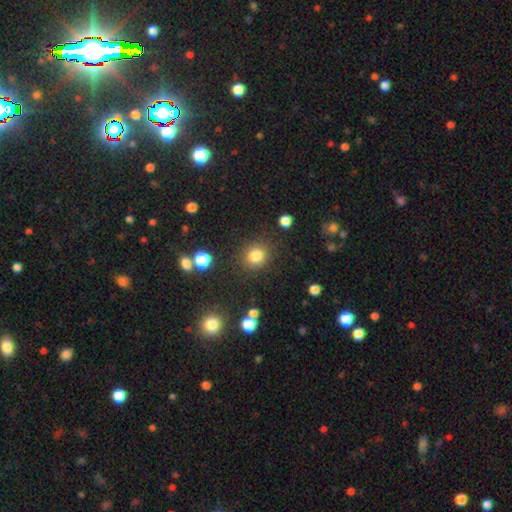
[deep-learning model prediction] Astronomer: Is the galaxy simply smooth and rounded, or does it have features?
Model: smooth — 82%.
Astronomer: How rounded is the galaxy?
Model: round — 86%.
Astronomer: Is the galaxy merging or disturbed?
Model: none — 86%.